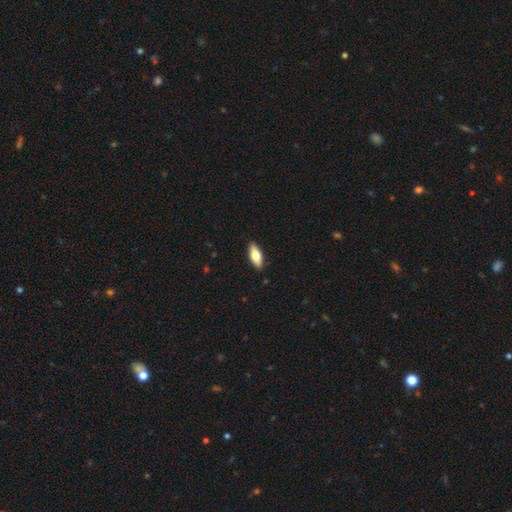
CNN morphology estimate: Smooth or featured? Predicted: smooth (p=0.65). How rounded? Predicted: in between (p=0.70). Merging? Predicted: none (p=0.89).